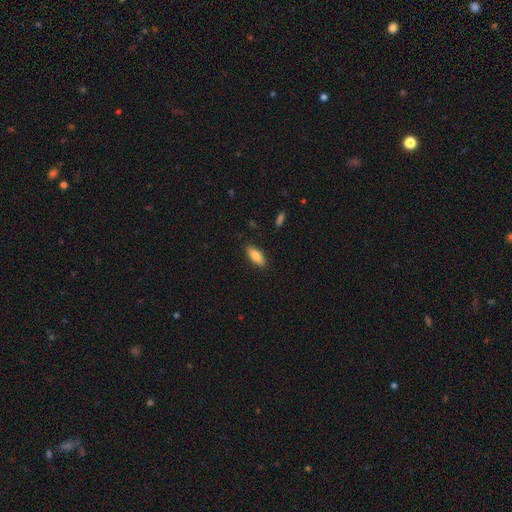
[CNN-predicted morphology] Smooth or featured?
  - smooth: 82% *
  - featured or disk: 12%
  - star or artifact: 6%
How rounded?
  - in between: 71% *
  - cigar-shaped: 27%
  - round: 2%
Merging?
  - none: 87% *
  - minor disturbance: 10%
  - major disturbance: 2%
  - merger: 1%